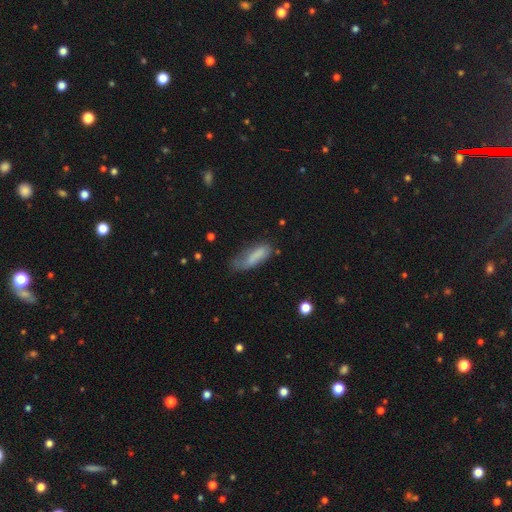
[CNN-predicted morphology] Smooth or featured: smooth — 75% (featured or disk — 17%)
How rounded: in between — 58% (cigar-shaped — 40%)
Merging: none — 38% (minor disturbance — 36%)